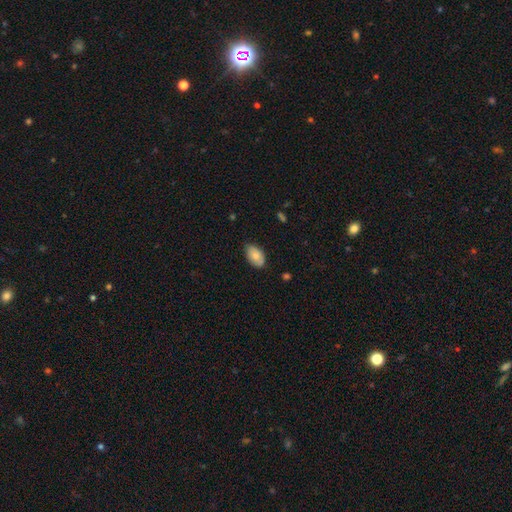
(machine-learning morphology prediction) smooth-or-featured: smooth: 78% | featured or disk: 15% | star or artifact: 7%
  how-rounded: in between: 93% | round: 6% | cigar-shaped: 1%
  merging: none: 74% | minor disturbance: 22% | major disturbance: 3% | merger: 1%